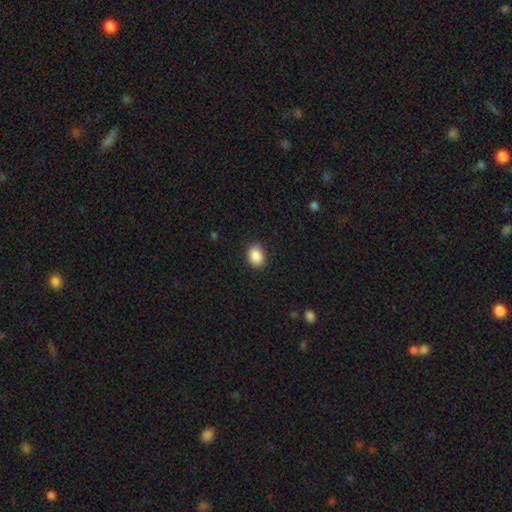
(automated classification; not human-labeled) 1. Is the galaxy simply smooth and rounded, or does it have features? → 88% smooth, 8% star or artifact, 4% featured or disk.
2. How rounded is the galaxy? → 66% in between, 33% round, 1% cigar-shaped.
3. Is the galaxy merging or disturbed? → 87% none, 10% minor disturbance, 2% major disturbance, 1% merger.